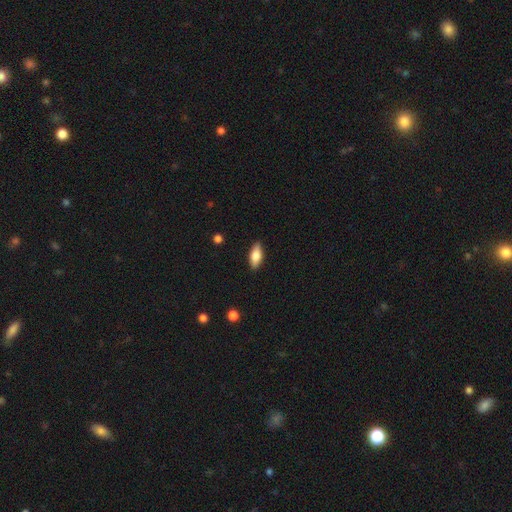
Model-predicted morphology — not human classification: This is likely a smooth galaxy (76%). How rounded: likely in between (80%). Merging: clearly none (88%).